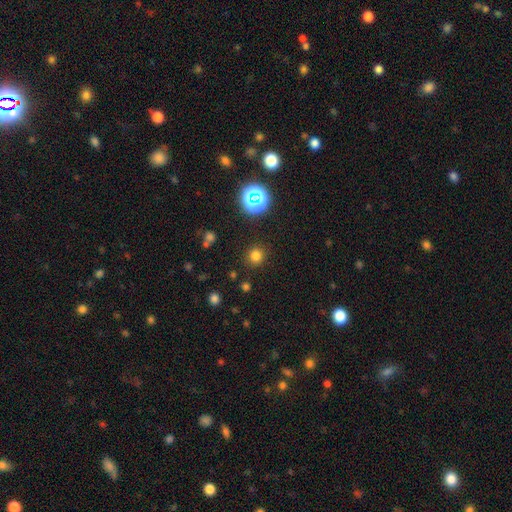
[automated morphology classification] This is likely a smooth galaxy (75%). How rounded: clearly round (92%). Merging: clearly none (88%).